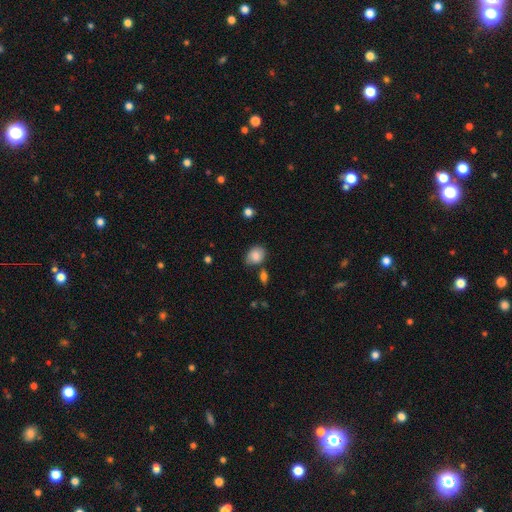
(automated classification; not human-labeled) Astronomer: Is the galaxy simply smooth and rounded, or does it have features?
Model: smooth — 81%.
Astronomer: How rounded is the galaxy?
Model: in between — 55% (runner-up: round, 44%).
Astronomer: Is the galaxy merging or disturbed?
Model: none — 62%.